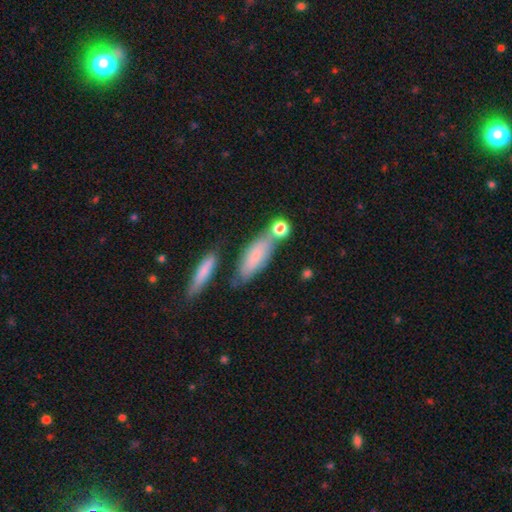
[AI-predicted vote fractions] smooth-or-featured: smooth: 73% | featured or disk: 19% | star or artifact: 8%
  how-rounded: in between: 55% | cigar-shaped: 42% | round: 3%
  merging: none: 56% | merger: 20% | minor disturbance: 18% | major disturbance: 6%